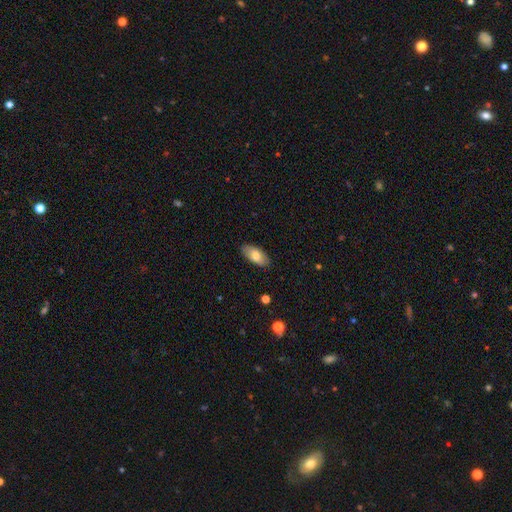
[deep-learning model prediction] A smooth galaxy with no disk features (76%) that is in between round and cigar-shaped (91%). Merging: none (87%).